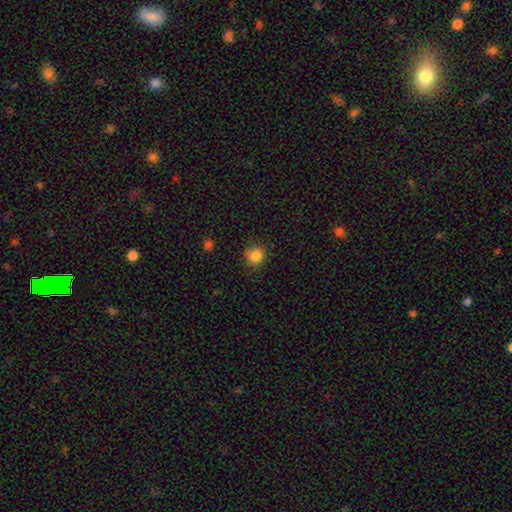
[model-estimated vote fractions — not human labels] Smooth or featured? smooth (85%)
How rounded? round (82%)
Merging? none (75%)